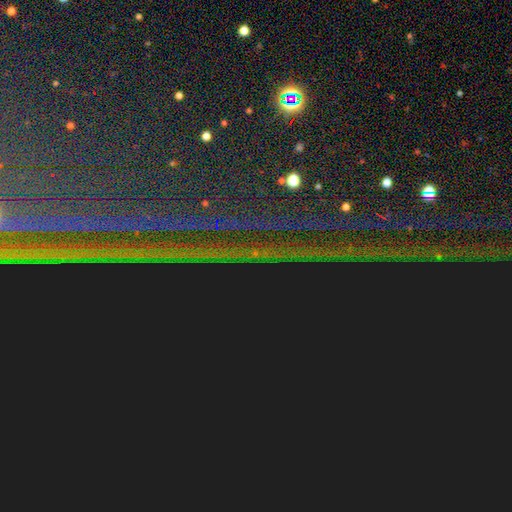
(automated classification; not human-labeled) Smooth or featured: star or artifact — 89% (featured or disk — 6%)